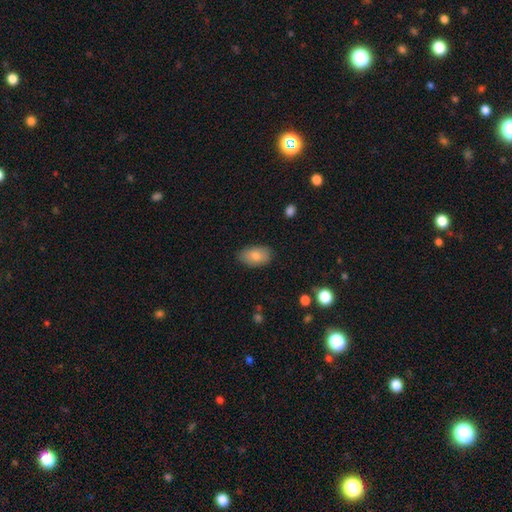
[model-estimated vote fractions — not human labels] Smooth or featured: smooth — 81% (featured or disk — 12%)
How rounded: in between — 92% (round — 6%)
Merging: none — 83% (minor disturbance — 14%)